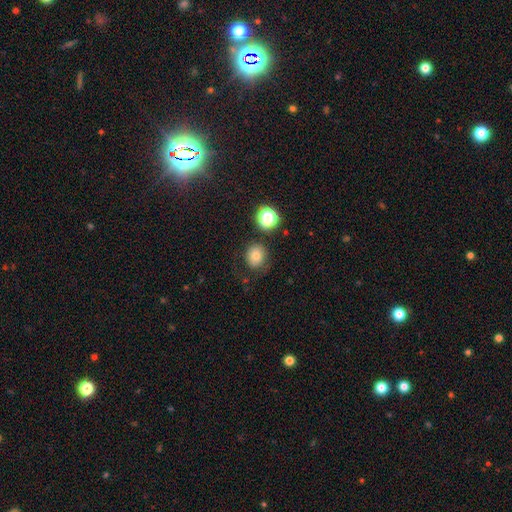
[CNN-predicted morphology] A smooth galaxy with no disk features (75%) that is round (78%).

Vote fractions:
- Smooth or featured? smooth: 75% / star or artifact: 15% / featured or disk: 11%
- How rounded? round: 78% / in between: 22% / cigar-shaped: 1%
- Merging? none: 74% / minor disturbance: 16% / major disturbance: 6% / merger: 4%